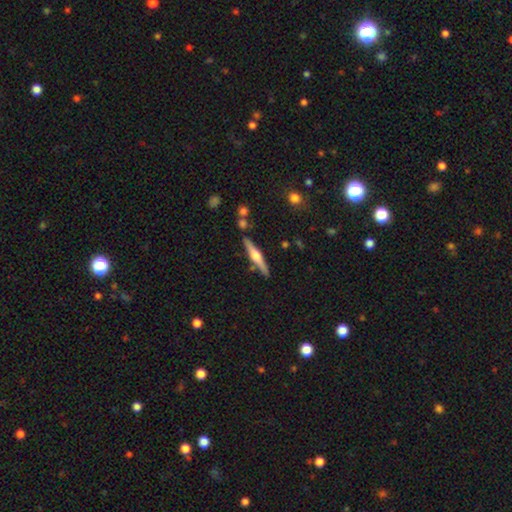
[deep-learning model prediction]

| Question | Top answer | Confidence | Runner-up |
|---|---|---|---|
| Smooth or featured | featured or disk | 67% | smooth (27%) |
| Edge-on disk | yes | 98% | no (2%) |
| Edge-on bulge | rounded | 88% | boxy (8%) |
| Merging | none | 85% | minor disturbance (9%) |